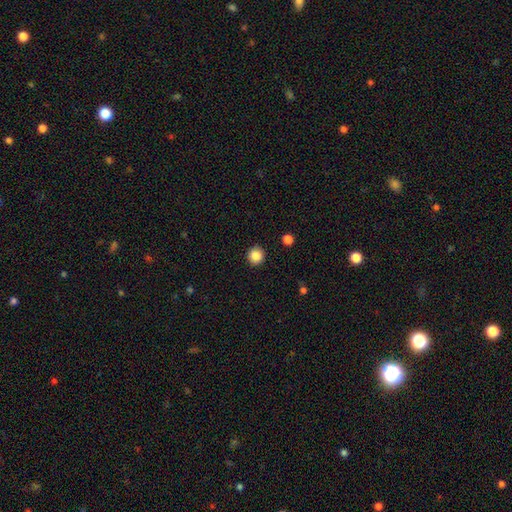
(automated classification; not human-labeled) This appears to be a smooth galaxy with no disk features (86%) that is round (93%). Merging: none (92%).